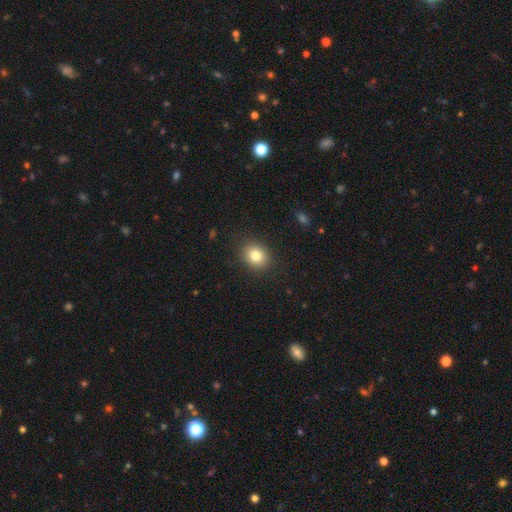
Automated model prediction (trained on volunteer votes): Smooth or featured: smooth — 81% (star or artifact — 11%)
How rounded: round — 60% (in between — 39%)
Merging: none — 88% (minor disturbance — 8%)